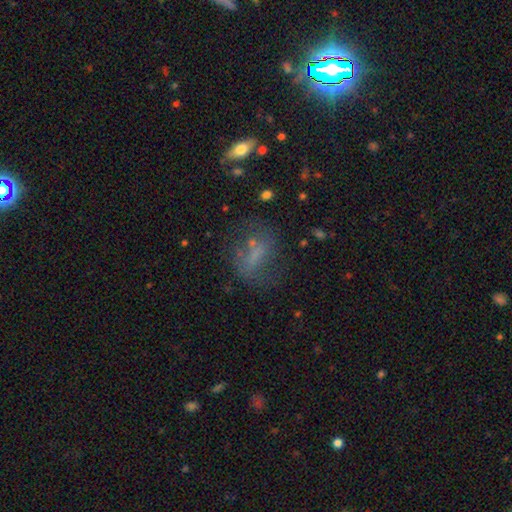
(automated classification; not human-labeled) Q: Smooth or featured?
A: smooth (47%); runner-up: featured or disk (32%)
Q: Merging?
A: none (53%); runner-up: minor disturbance (21%)